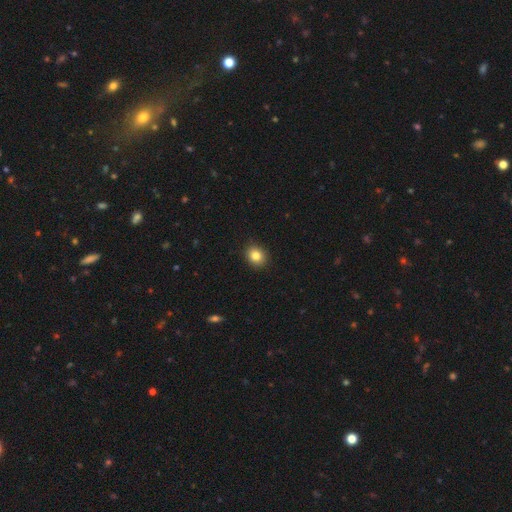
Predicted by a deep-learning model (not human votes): Smooth or featured? smooth (83%)
How rounded? round (68%)
Merging? none (91%)